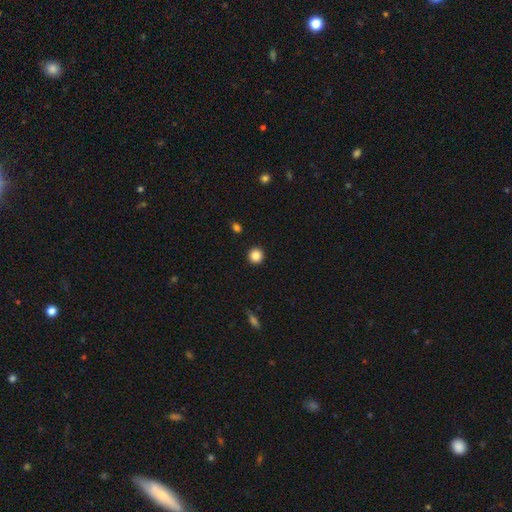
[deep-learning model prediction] This is clearly a smooth galaxy (85%). How rounded: clearly round (94%). Merging: clearly none (93%).